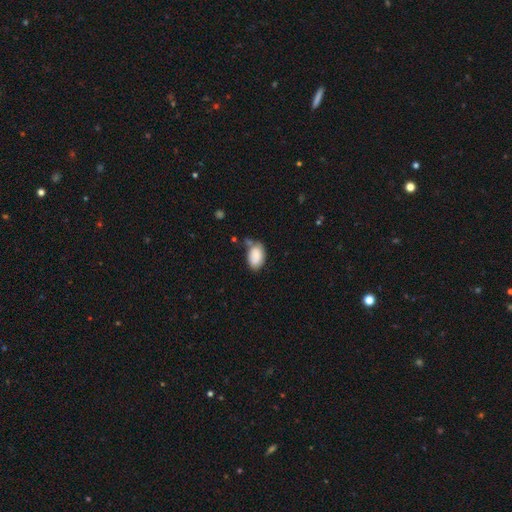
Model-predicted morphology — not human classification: Smooth or featured? smooth (83%)
How rounded? in between (90%)
Merging? none (50%)